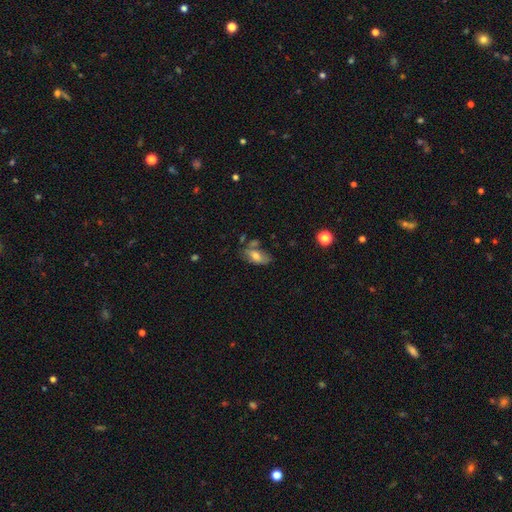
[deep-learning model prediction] Morphology: type=smooth (65%); roundness=in between (87%); merging=none (47%).